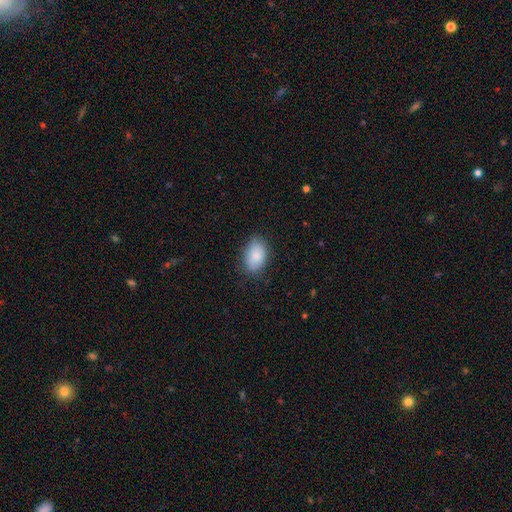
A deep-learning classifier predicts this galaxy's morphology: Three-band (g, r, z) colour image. It shows a smooth galaxy with no disk features (86%) that is in between round and cigar-shaped (89%). Merging: none (79%).